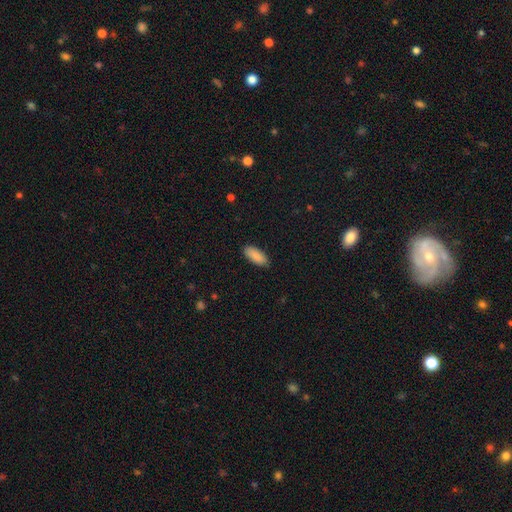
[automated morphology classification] smooth-or-featured: smooth: 88% | featured or disk: 6% | star or artifact: 6%
  how-rounded: in between: 85% | cigar-shaped: 14% | round: 2%
  merging: none: 88% | minor disturbance: 10% | major disturbance: 2% | merger: 1%